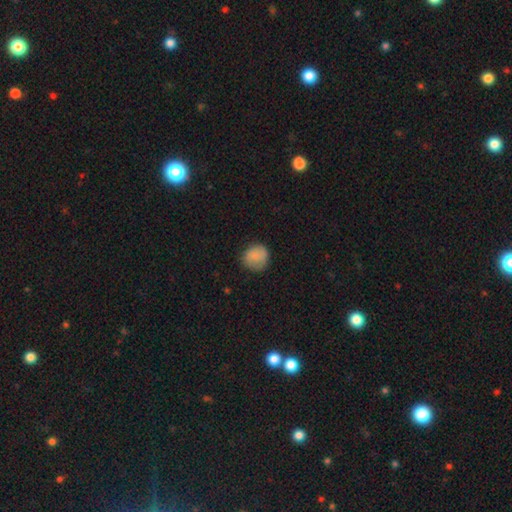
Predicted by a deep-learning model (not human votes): This is clearly a smooth galaxy (85%). How rounded: clearly round (84%). Merging: likely none (75%).